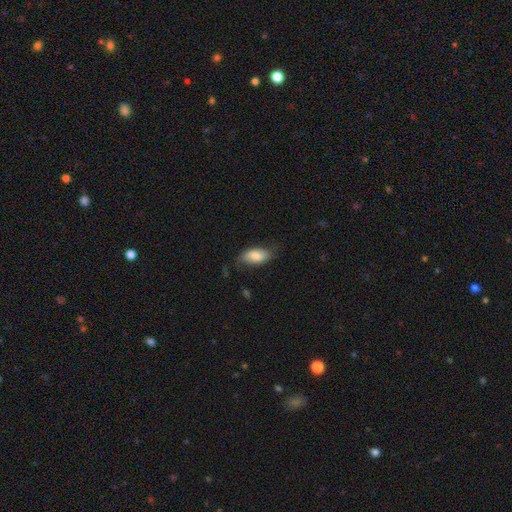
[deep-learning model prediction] Morphology: type=smooth (78%); roundness=in between (91%); merging=none (62%).